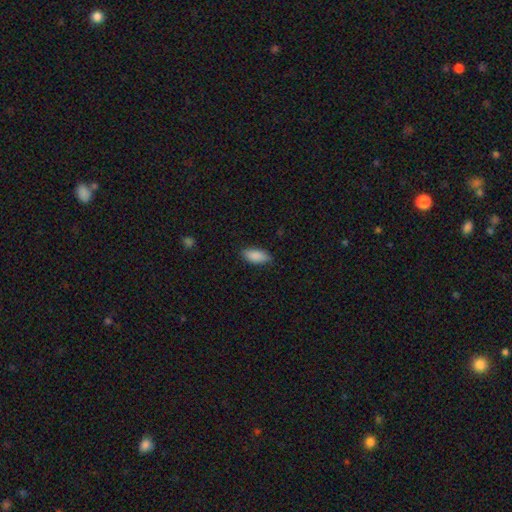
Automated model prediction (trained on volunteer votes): Overall: smooth (88%). How rounded: in between (87%). Merging: none (81%).